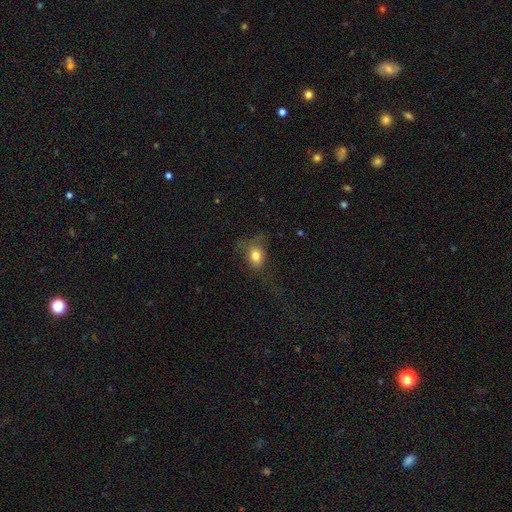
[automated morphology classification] This appears to be a smooth galaxy with no disk features (77%) that is in between round and cigar-shaped (54%). Merging: none (43%).